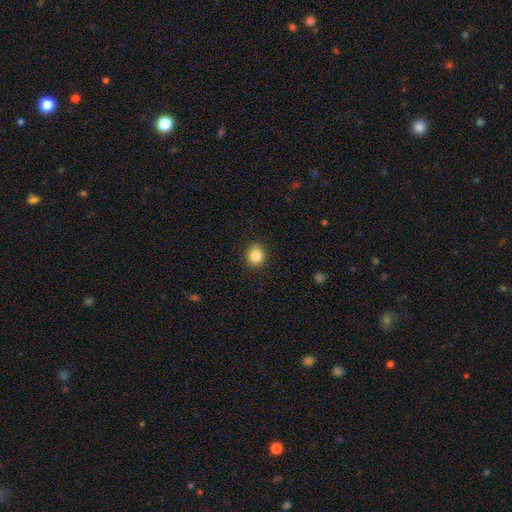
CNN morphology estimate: smooth_or_featured: smooth (p=0.84) [alt: star or artifact p=0.10]
how_rounded: round (p=0.82) [alt: in between p=0.17]
merging: none (p=0.86) [alt: minor disturbance p=0.11]